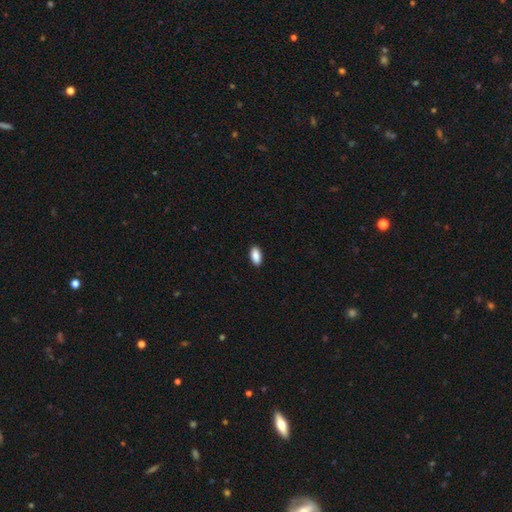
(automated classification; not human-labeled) Smooth or featured?
  - smooth: 90% *
  - star or artifact: 7%
  - featured or disk: 3%
How rounded?
  - in between: 92% *
  - cigar-shaped: 5%
  - round: 3%
Merging?
  - none: 90% *
  - minor disturbance: 7%
  - major disturbance: 2%
  - merger: 1%